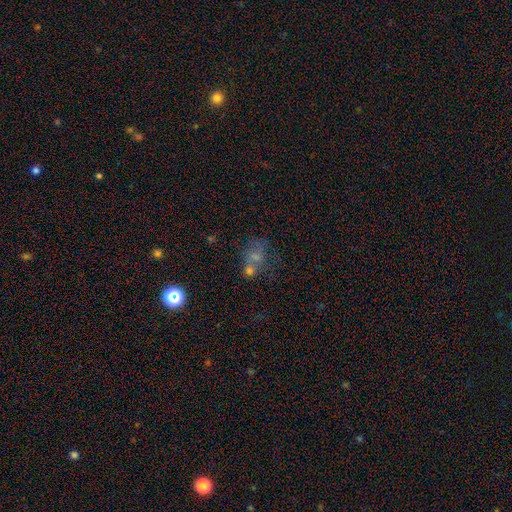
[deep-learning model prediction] Smooth or featured? smooth (49%)
Merging? merger (40%)